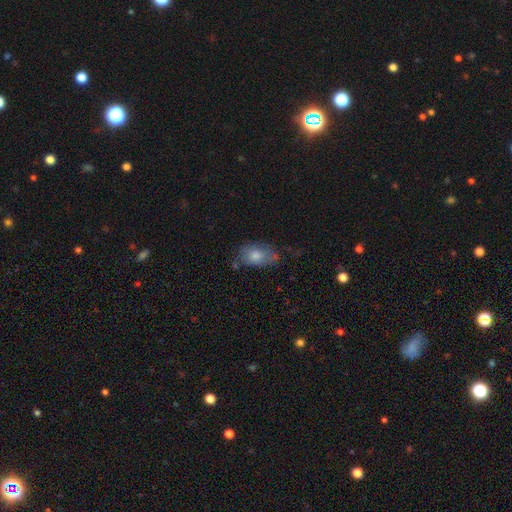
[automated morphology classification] A smooth galaxy with no disk features (75%) that is in between round and cigar-shaped (89%). Merging: none (53%).